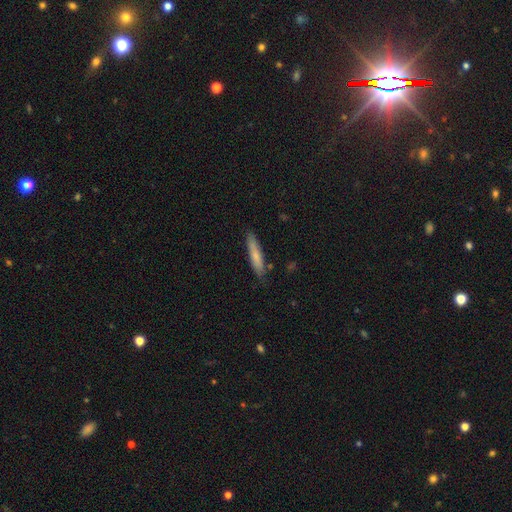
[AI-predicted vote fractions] The model was most divided on "smooth or featured": smooth: 73%, featured or disk: 21%, star or artifact: 6%. More confident: how rounded — cigar-shaped (88%); merging — none (82%).